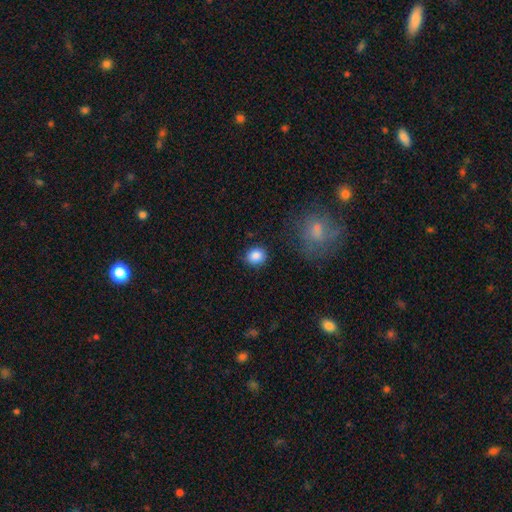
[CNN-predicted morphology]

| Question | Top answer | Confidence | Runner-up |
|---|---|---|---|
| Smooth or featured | smooth | 87% | star or artifact (9%) |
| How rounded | round | 80% | in between (19%) |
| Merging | none | 85% | minor disturbance (10%) |